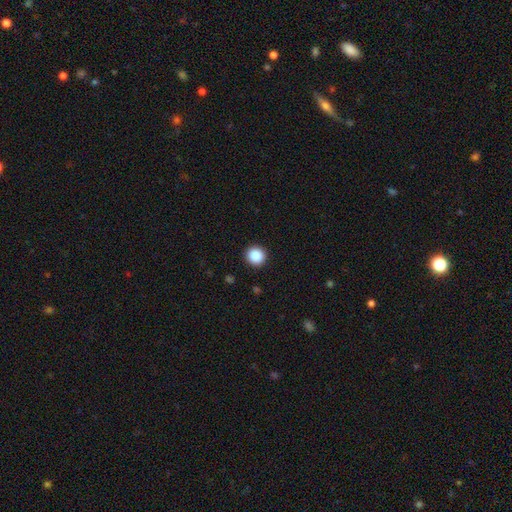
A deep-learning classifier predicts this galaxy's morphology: Overall: smooth (88%). How rounded: round (94%). Merging: none (92%).